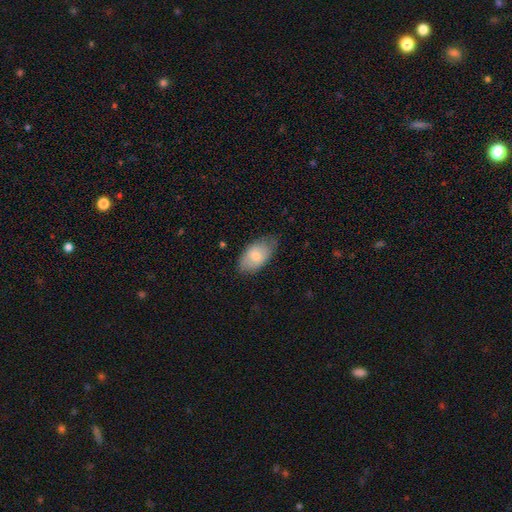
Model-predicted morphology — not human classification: This appears to be a smooth galaxy with no disk features (74%) that is in between round and cigar-shaped (93%). Merging: none (67%).